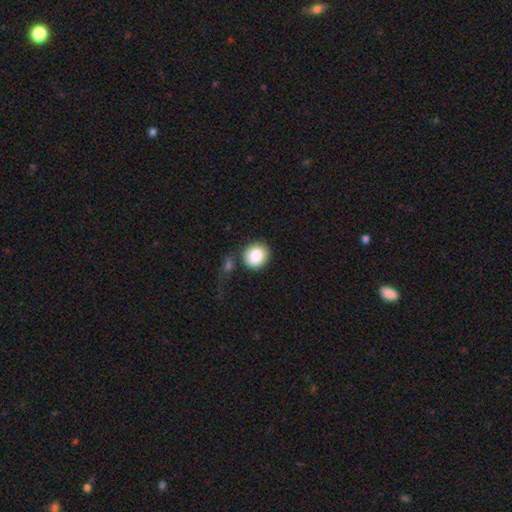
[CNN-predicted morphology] Smooth or featured? smooth (87%)
How rounded? round (81%)
Merging? none (69%)